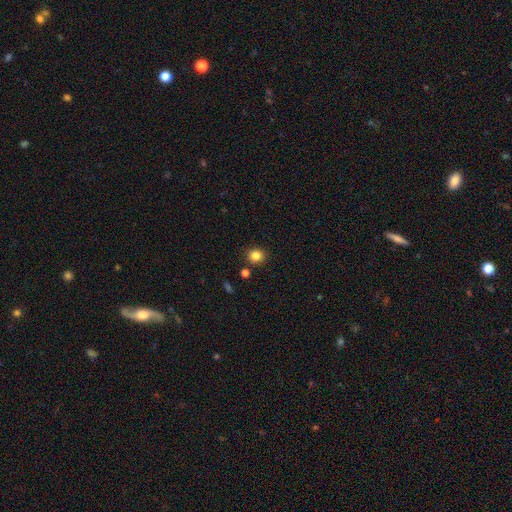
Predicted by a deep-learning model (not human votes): A smooth galaxy with no disk features (83%) that is round (85%). Merging: none (87%).